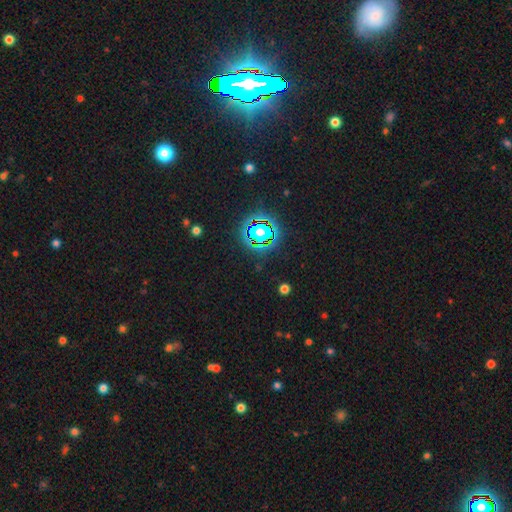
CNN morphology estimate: A star or artifact, not a galaxy (83%).

Vote fractions:
- Smooth or featured? star or artifact: 83% / smooth: 9% / featured or disk: 7%